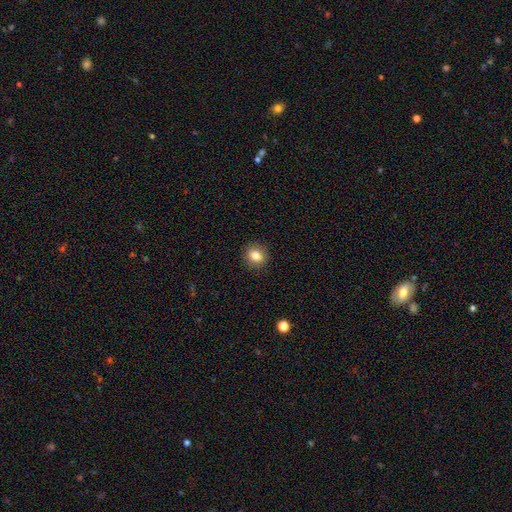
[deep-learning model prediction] smooth 83%, star or artifact 10%, featured or disk 7%. Down the decision tree: how rounded — round (75%); merging — none (90%).